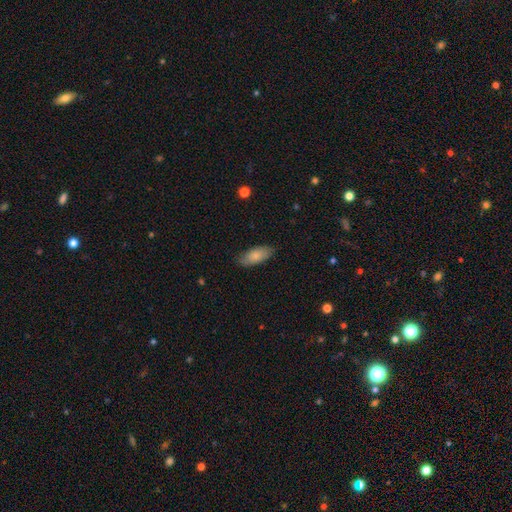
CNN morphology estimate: Smooth or featured? Predicted: smooth (p=0.81). How rounded? Predicted: in between (p=0.86). Merging? Predicted: none (p=0.82).